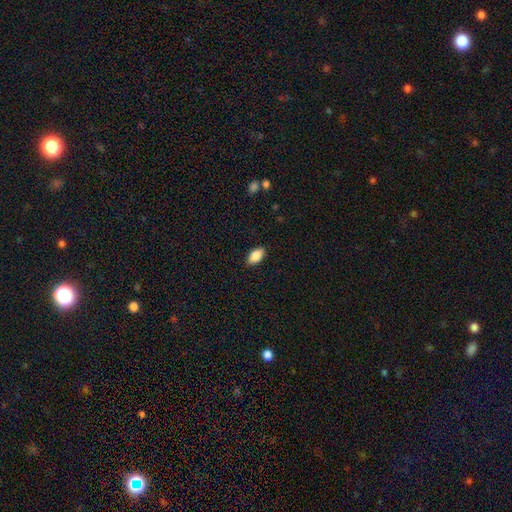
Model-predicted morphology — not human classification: Overall: smooth (88%). How rounded: in between (93%). Merging: none (88%).